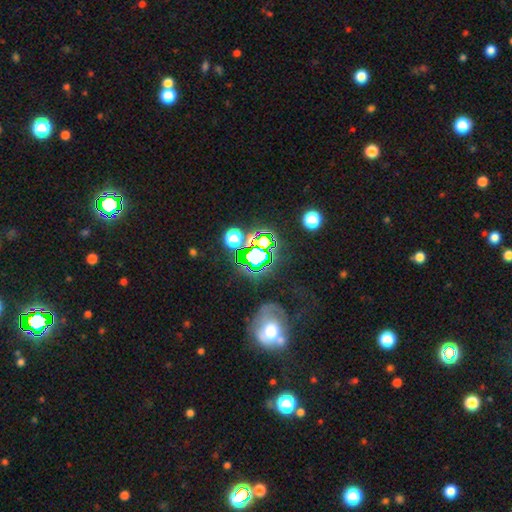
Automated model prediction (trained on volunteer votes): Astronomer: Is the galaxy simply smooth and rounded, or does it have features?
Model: star or artifact — 66%.